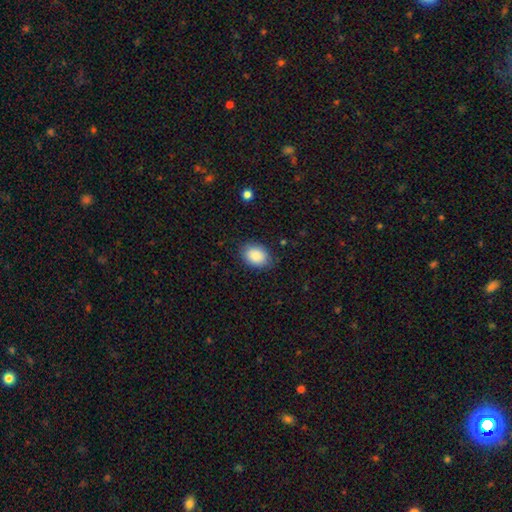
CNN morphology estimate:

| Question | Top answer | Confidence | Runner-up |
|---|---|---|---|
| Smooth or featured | smooth | 89% | star or artifact (7%) |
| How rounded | in between | 77% | round (22%) |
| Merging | none | 82% | minor disturbance (13%) |